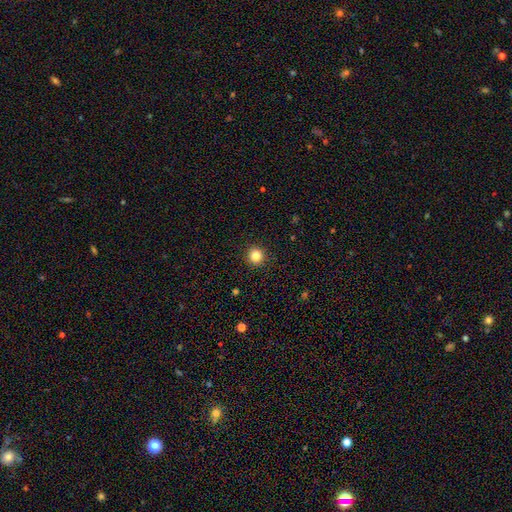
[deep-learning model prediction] Q: Smooth or featured?
A: smooth (83%); runner-up: star or artifact (12%)
Q: How rounded?
A: round (94%); runner-up: in between (5%)
Q: Merging?
A: none (93%); runner-up: minor disturbance (5%)